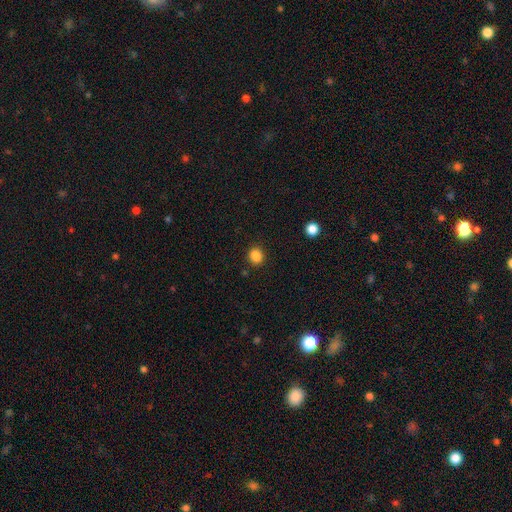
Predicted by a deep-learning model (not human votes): smooth 86%, star or artifact 11%, featured or disk 3%. Down the decision tree: how rounded — round (63%); merging — none (86%).